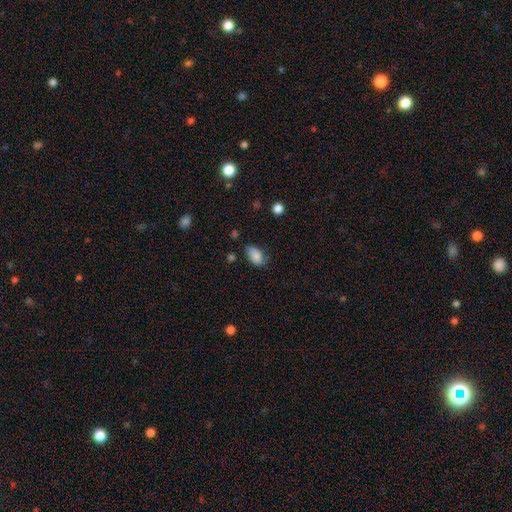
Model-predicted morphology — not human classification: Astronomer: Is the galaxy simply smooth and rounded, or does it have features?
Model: smooth — 82%.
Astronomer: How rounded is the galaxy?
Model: in between — 91%.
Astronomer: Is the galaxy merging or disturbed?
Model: none — 59%.